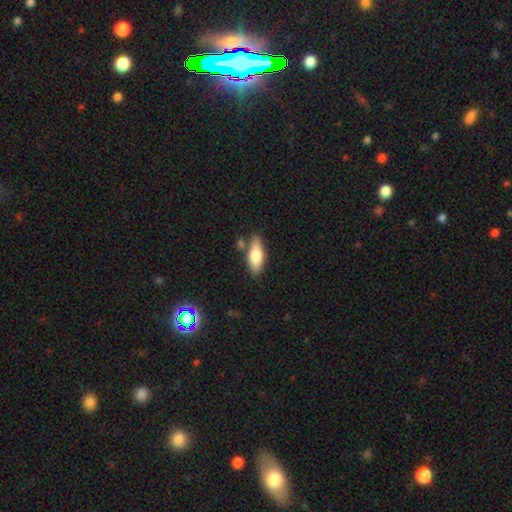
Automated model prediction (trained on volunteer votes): A smooth galaxy with no disk features (71%) that is in between round and cigar-shaped (62%). Merging: none (76%).